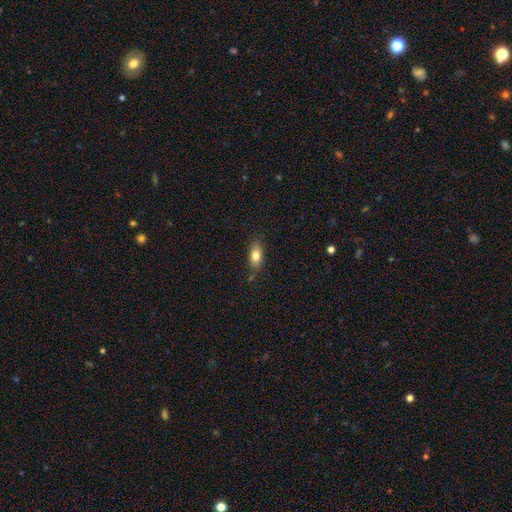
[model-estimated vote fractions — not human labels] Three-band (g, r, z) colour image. It shows a smooth galaxy with no disk features (79%) that is in between round and cigar-shaped (83%). Merging: none (79%).